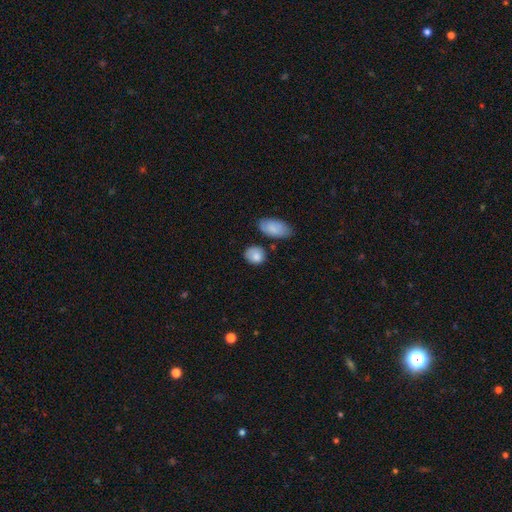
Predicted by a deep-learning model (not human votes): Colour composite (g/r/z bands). It shows a smooth galaxy with no disk features (84%) that is round (59%). Merging: none (68%).